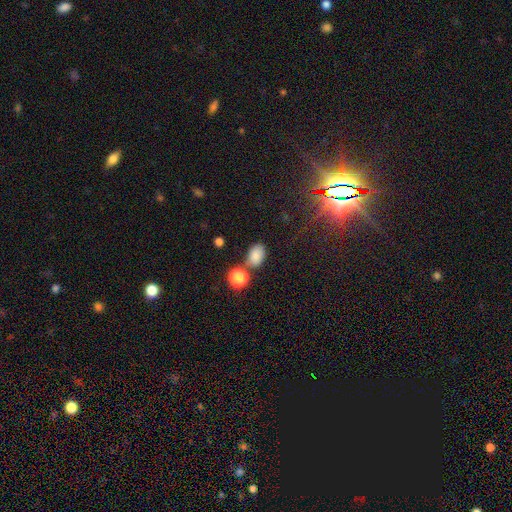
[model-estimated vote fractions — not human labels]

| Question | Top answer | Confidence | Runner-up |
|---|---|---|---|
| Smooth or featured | smooth | 83% | star or artifact (11%) |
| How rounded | in between | 85% | round (14%) |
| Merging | none | 67% | minor disturbance (15%) |